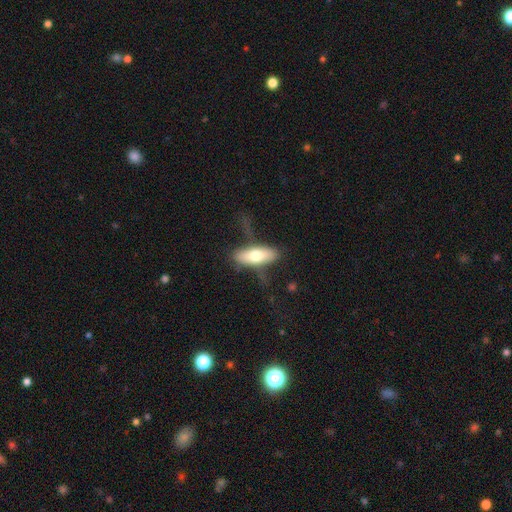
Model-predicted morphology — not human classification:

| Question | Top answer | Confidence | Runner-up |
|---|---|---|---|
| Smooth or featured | smooth | 62% | featured or disk (33%) |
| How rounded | in between | 70% | cigar-shaped (27%) |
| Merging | none | 55% | minor disturbance (24%) |